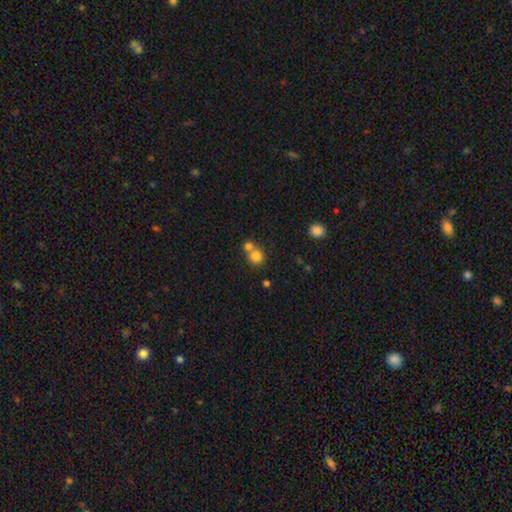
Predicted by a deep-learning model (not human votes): A smooth galaxy with no disk features (80%) that is round (87%). Merging: none (46%).